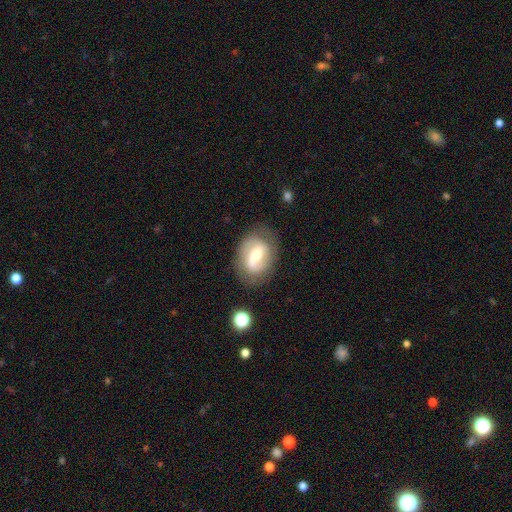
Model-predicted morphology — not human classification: This is likely a featured or disk galaxy (65%). It is clearly not viewed edge-on (95%). Bar: marginally weak (42%). Spiral arm pattern: likely yes (74%). Central bulge: possibly moderate (57%). Merging: likely none (73%).